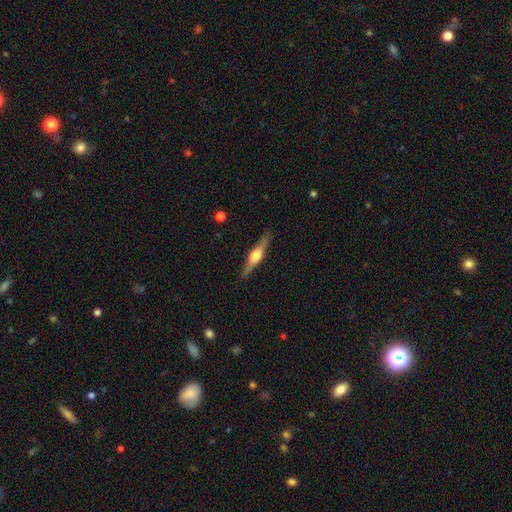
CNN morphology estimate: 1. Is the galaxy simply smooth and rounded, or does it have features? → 73% featured or disk, 22% smooth, 5% star or artifact.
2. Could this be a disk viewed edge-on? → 97% yes, 3% no.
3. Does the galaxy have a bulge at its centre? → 91% rounded, 7% boxy, 2% none.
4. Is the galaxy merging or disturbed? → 89% none, 8% minor disturbance, 2% major disturbance, 1% merger.